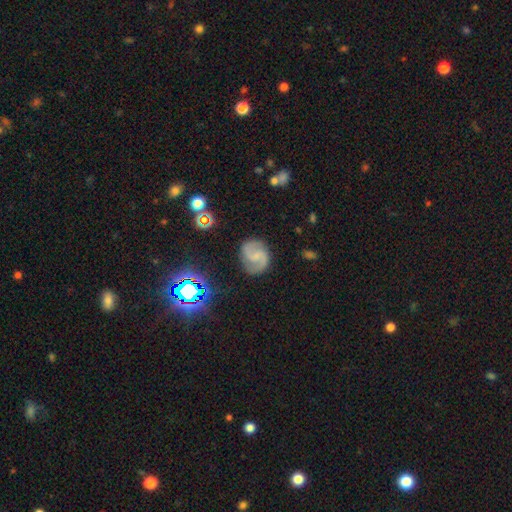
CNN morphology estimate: featured or disk 79%, smooth 13%, star or artifact 8%. Down the decision tree: edge-on disk — no (98%); bar — weak (50%); spiral arms — yes (96%); spiral arm count — 2 (92%); spiral winding — medium (52%); bulge size — small (49%); merging — none (81%).